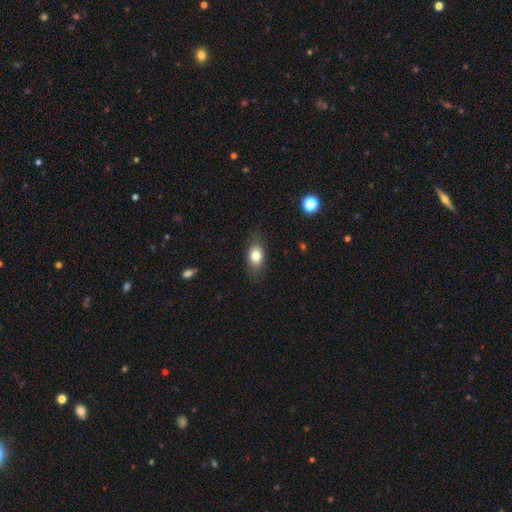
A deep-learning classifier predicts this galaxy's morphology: Smooth or featured? Predicted: smooth (p=0.80). How rounded? Predicted: in between (p=0.81). Merging? Predicted: none (p=0.81).